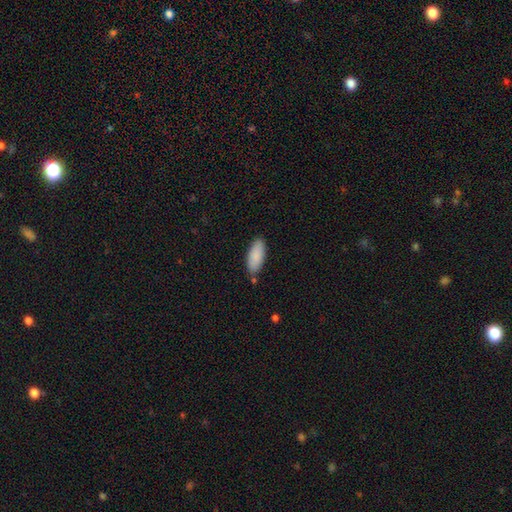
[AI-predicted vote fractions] Overall: smooth (89%). How rounded: in between (83%). Merging: none (80%).